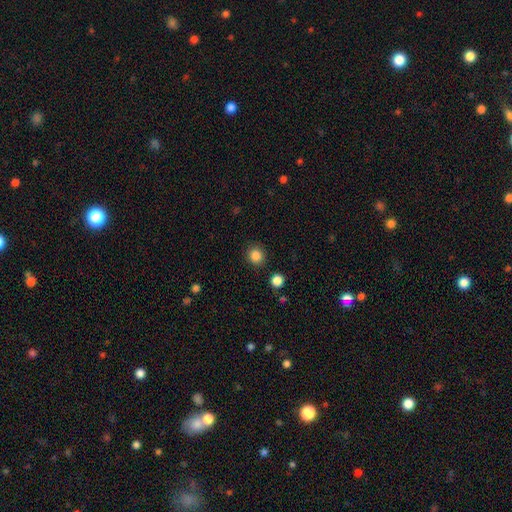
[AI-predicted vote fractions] Morphology: type=smooth (86%); roundness=round (87%); merging=none (89%).